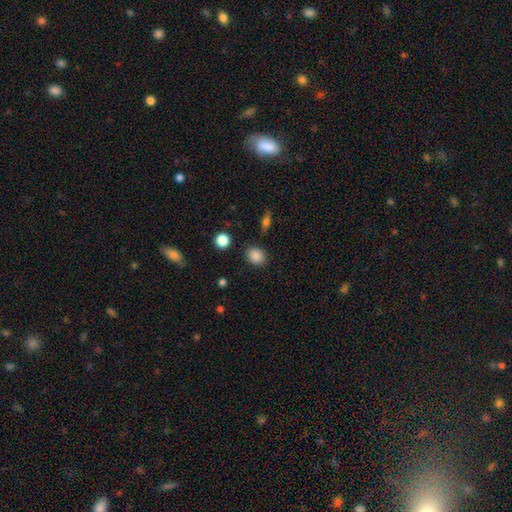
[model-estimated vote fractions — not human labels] Smooth or featured: smooth — 87% (star or artifact — 10%)
How rounded: round — 66% (in between — 33%)
Merging: none — 86% (minor disturbance — 9%)